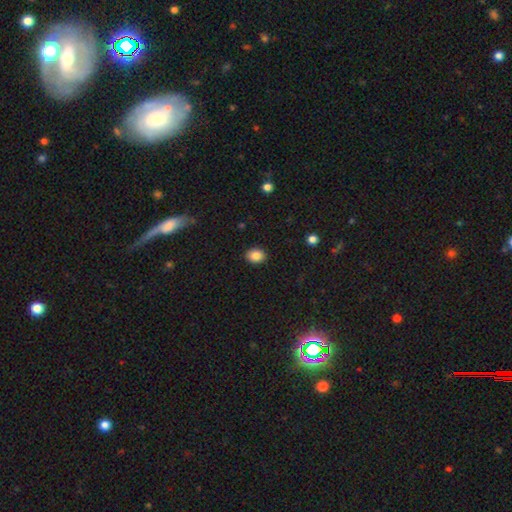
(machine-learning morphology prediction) Smooth or featured? Predicted: smooth (p=0.85). How rounded? Predicted: in between (p=0.53). Merging? Predicted: none (p=0.90).